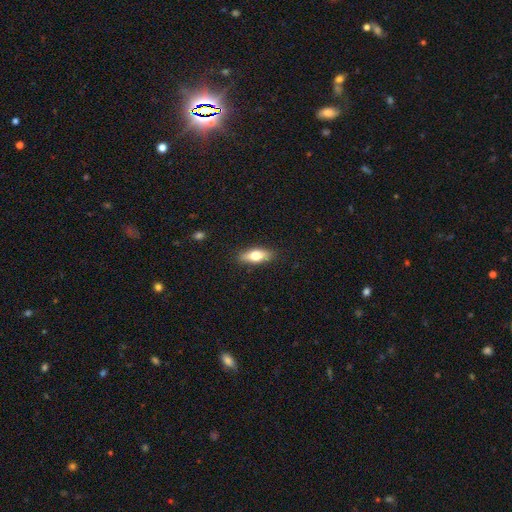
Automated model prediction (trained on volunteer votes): Smooth or featured?
  - smooth: 66% *
  - featured or disk: 27%
  - star or artifact: 7%
How rounded?
  - in between: 67% *
  - cigar-shaped: 29%
  - round: 4%
Merging?
  - none: 87% *
  - minor disturbance: 10%
  - major disturbance: 2%
  - merger: 1%